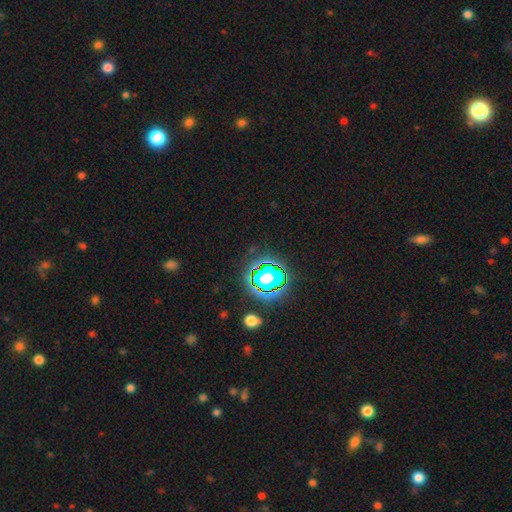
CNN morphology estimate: This is clearly a star or artifact rather than a galaxy (80%).